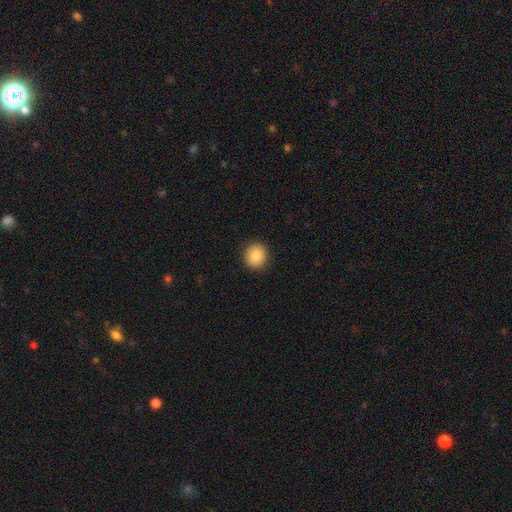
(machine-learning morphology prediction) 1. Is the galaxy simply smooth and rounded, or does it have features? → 86% smooth, 8% star or artifact, 5% featured or disk.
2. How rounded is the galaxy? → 82% round, 17% in between, 1% cigar-shaped.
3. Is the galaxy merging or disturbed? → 91% none, 6% minor disturbance, 2% major disturbance, 1% merger.